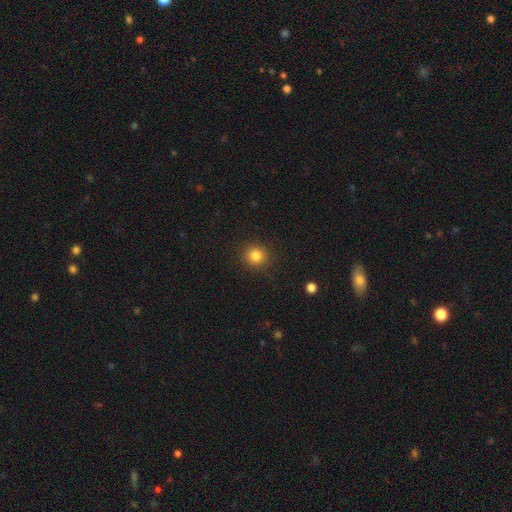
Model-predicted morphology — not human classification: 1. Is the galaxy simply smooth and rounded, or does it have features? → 83% smooth, 12% star or artifact, 5% featured or disk.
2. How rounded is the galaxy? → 90% round, 9% in between, 1% cigar-shaped.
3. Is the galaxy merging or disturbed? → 90% none, 6% minor disturbance, 2% major disturbance, 1% merger.